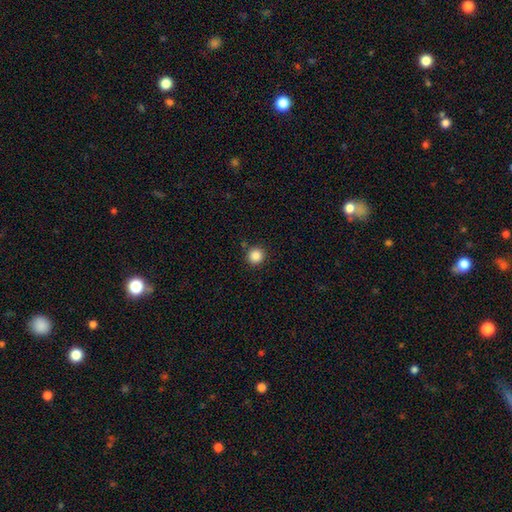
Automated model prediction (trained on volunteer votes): The model was most divided on "smooth or featured": smooth: 86%, star or artifact: 10%, featured or disk: 3%. More confident: how rounded — round (94%); merging — none (89%).